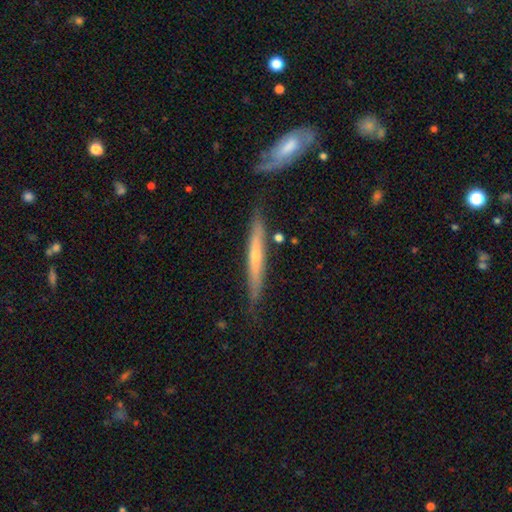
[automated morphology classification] Overall: featured or disk (57%; smooth 37%). Edge-on disk: yes (92%). Edge-on bulge: none (48%; rounded 47%). Merging: none (77%).